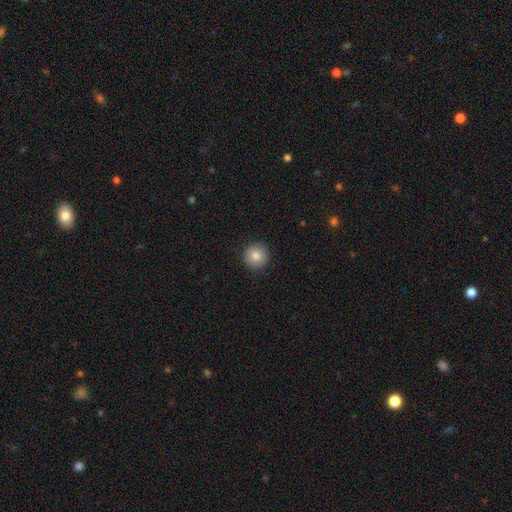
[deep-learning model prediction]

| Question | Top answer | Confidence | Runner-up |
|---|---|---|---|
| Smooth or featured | smooth | 82% | star or artifact (9%) |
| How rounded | round | 95% | in between (4%) |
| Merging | none | 92% | minor disturbance (6%) |